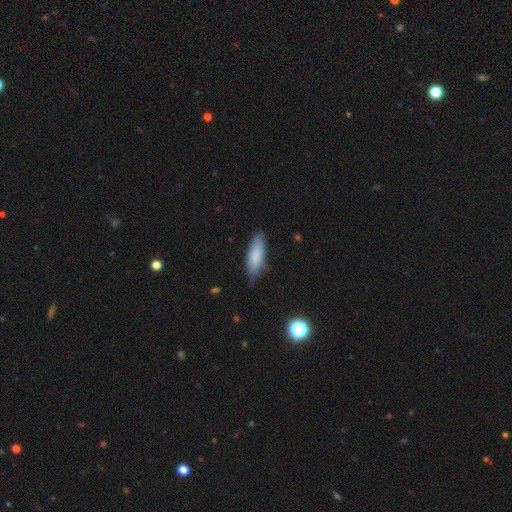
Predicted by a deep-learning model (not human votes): This is clearly a smooth galaxy (81%). How rounded: possibly in between (56%). Merging: likely none (77%).